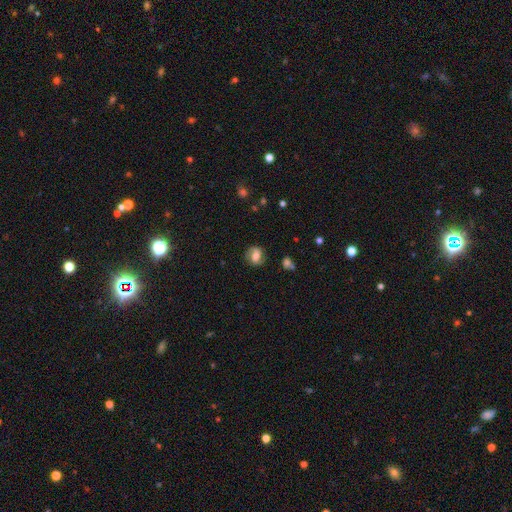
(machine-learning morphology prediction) smooth-or-featured: featured or disk: 52% | smooth: 39% | star or artifact: 9%
  disk-edge-on: no: 96% | yes: 4%
    bar: weak: 43% | no: 34% | strong: 23%
    has-spiral-arms: yes: 83% | no: 17%
    bulge-size: moderate: 61% | large: 19% | small: 15% | none: 3% | dominant: 2%
  merging: none: 80% | minor disturbance: 14% | major disturbance: 5% | merger: 2%